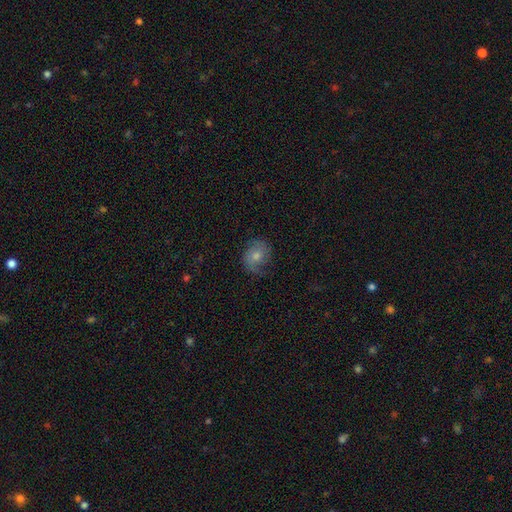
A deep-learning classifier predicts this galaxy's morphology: Smooth or featured? smooth (51%)
How rounded? round (59%)
Merging? none (64%)